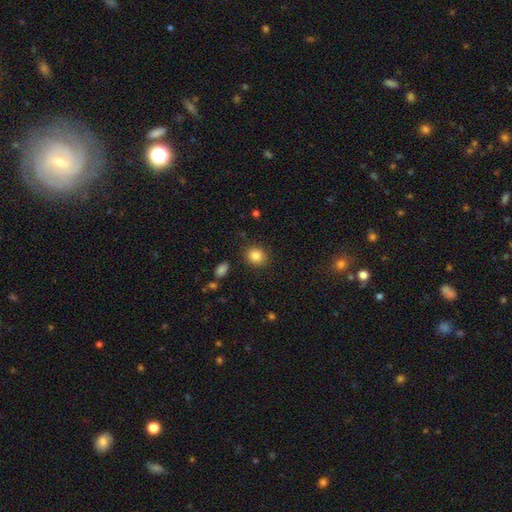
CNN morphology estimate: Overall: smooth (85%). How rounded: round (70%). Merging: none (88%).